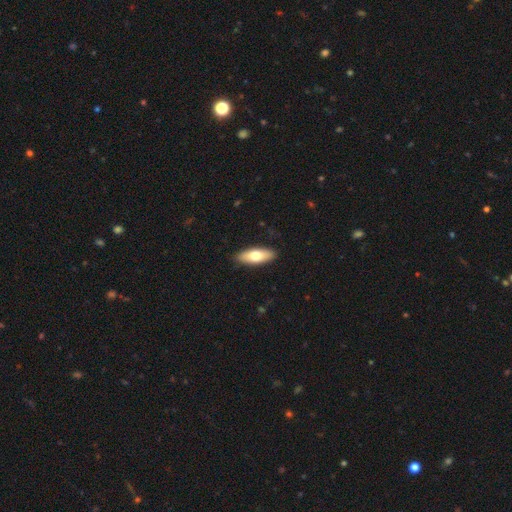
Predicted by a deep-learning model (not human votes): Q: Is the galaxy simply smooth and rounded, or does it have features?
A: smooth — 70%.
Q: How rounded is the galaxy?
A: in between — 70%.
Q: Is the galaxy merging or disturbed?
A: none — 89%.